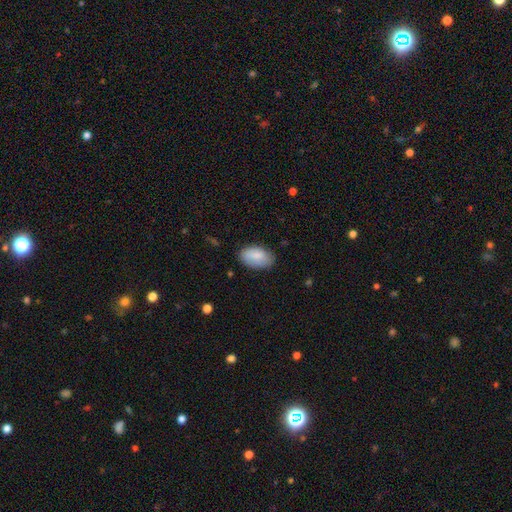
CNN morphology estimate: This appears to be a smooth galaxy with no disk features (84%) that is in between round and cigar-shaped (94%). Merging: none (78%).